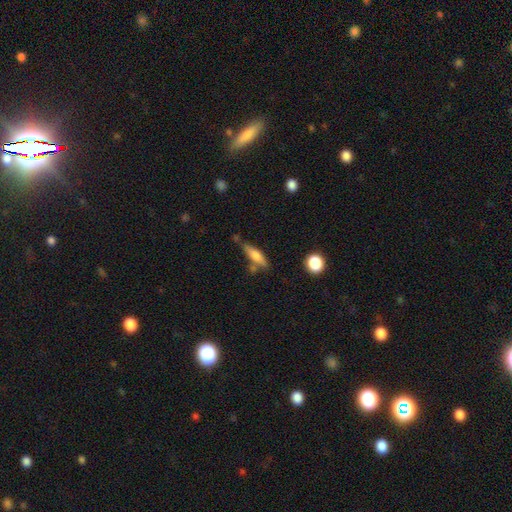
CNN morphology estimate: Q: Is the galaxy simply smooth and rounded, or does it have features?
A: smooth — 64%.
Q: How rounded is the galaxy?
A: cigar-shaped — 61%.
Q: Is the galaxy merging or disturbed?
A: none — 63%.